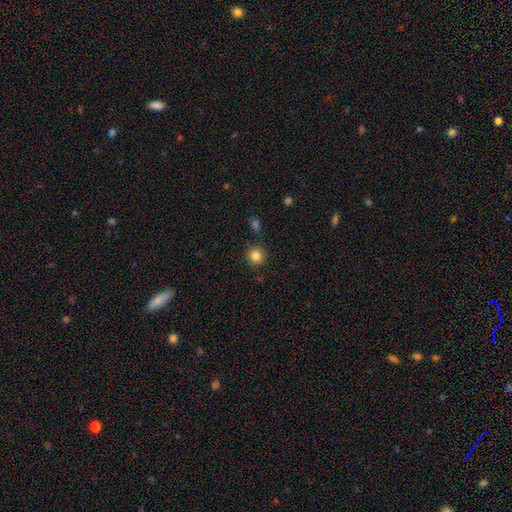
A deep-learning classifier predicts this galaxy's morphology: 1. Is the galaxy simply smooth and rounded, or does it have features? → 84% smooth, 11% star or artifact, 5% featured or disk.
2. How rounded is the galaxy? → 94% round, 5% in between, 1% cigar-shaped.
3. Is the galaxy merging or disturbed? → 87% none, 7% minor disturbance, 3% merger, 2% major disturbance.